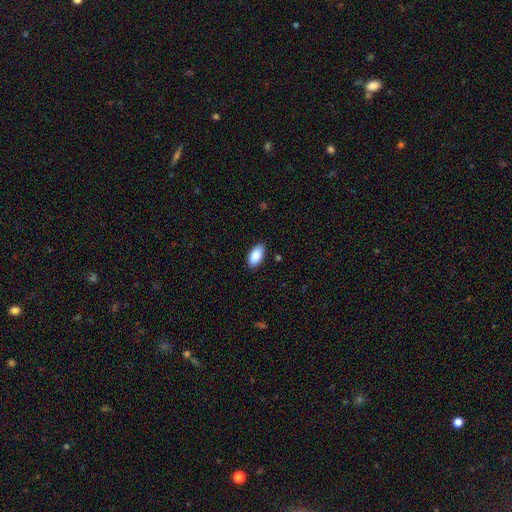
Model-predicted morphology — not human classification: Smooth or featured?
  - smooth: 89% *
  - star or artifact: 6%
  - featured or disk: 5%
How rounded?
  - in between: 93% *
  - cigar-shaped: 4%
  - round: 2%
Merging?
  - none: 84% *
  - minor disturbance: 12%
  - major disturbance: 2%
  - merger: 1%